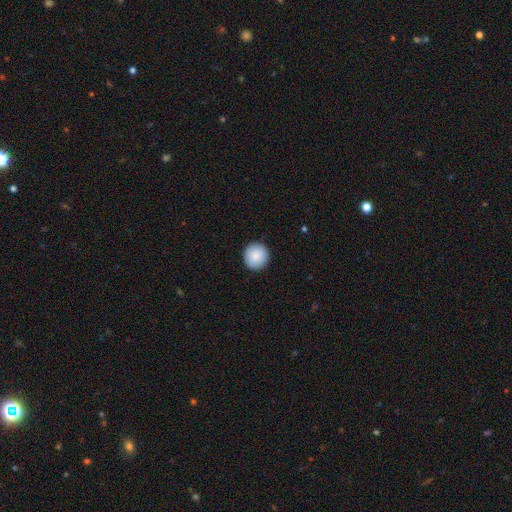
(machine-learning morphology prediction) Overall: smooth (89%). How rounded: round (94%). Merging: none (91%).